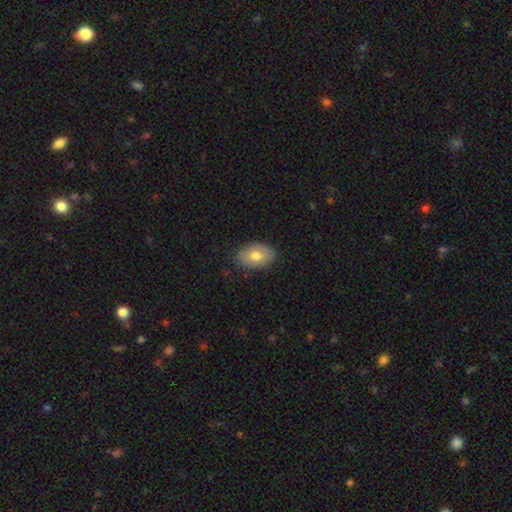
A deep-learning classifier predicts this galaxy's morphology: smooth 70%, featured or disk 23%, star or artifact 7%. Down the decision tree: how rounded — in between (89%); merging — none (82%).